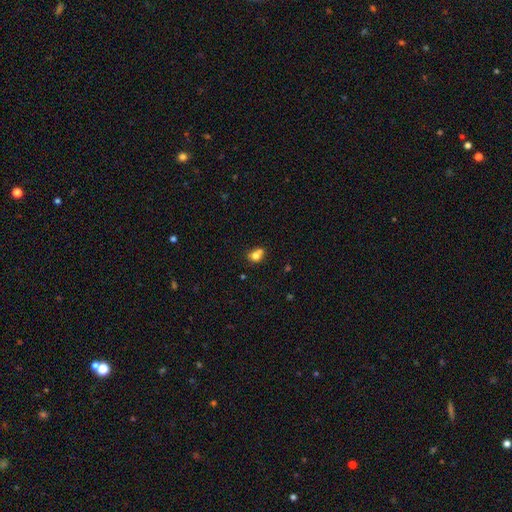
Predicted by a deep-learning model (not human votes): A smooth galaxy with no disk features (74%) that is round (70%).

Vote fractions:
- Smooth or featured? smooth: 74% / featured or disk: 14% / star or artifact: 12%
- How rounded? round: 70% / in between: 29% / cigar-shaped: 1%
- Merging? merger: 45% / none: 40% / minor disturbance: 11% / major disturbance: 4%